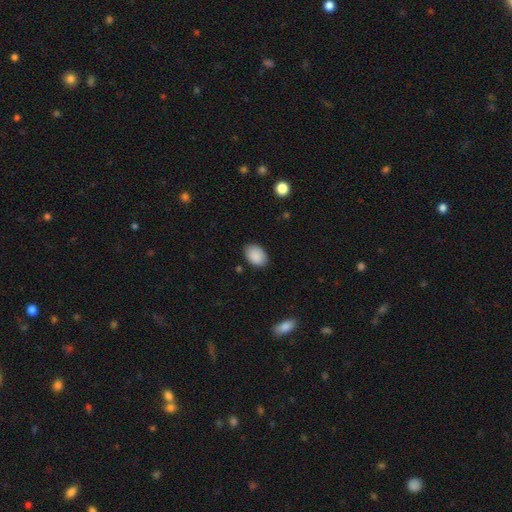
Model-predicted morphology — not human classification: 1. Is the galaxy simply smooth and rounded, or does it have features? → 90% smooth, 7% star or artifact, 4% featured or disk.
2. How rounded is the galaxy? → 86% in between, 13% round, 1% cigar-shaped.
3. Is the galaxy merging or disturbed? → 85% none, 12% minor disturbance, 2% major disturbance, 1% merger.